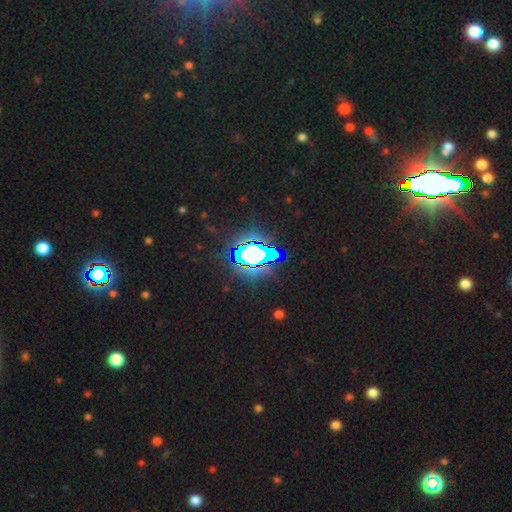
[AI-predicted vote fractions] The model was most divided on "smooth or featured": star or artifact: 82%, smooth: 11%, featured or disk: 8%.